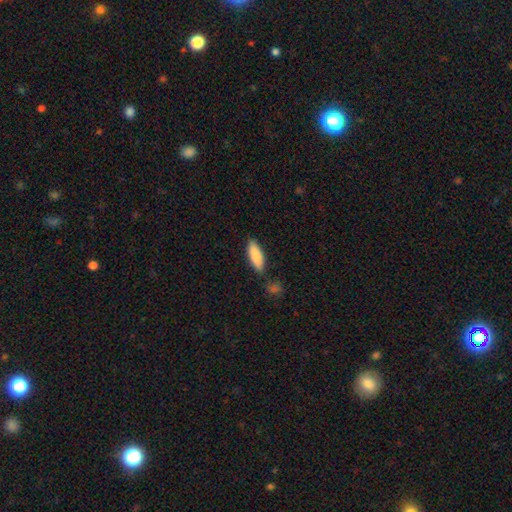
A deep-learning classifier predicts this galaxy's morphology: Smooth or featured? smooth (87%)
How rounded? in between (62%)
Merging? none (80%)